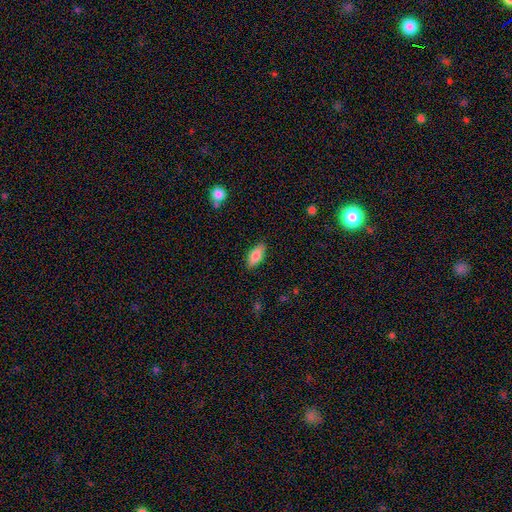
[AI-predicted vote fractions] smooth-or-featured: smooth: 78% | featured or disk: 15% | star or artifact: 7%
  how-rounded: in between: 80% | cigar-shaped: 17% | round: 3%
  merging: none: 87% | minor disturbance: 10% | major disturbance: 2% | merger: 1%